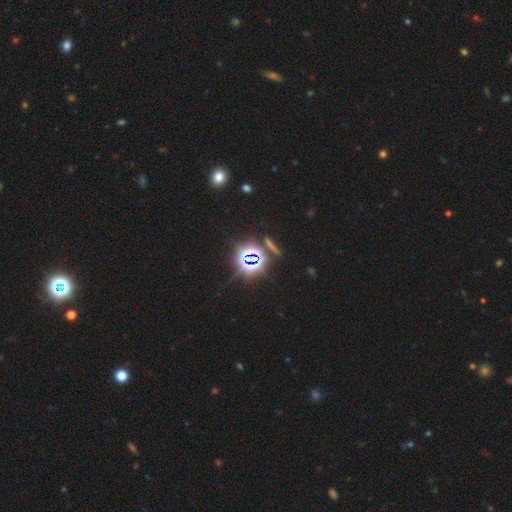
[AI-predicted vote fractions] Smooth or featured? star or artifact (82%)